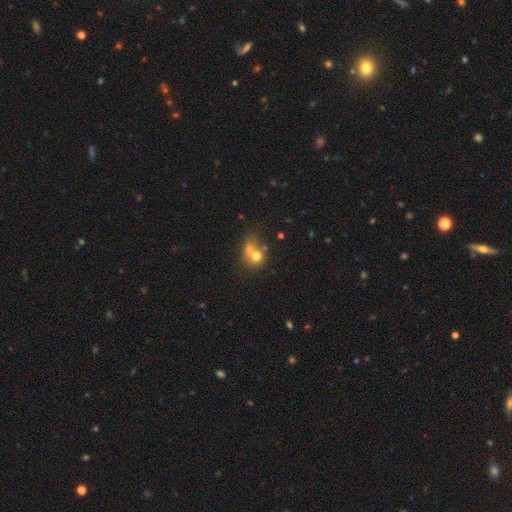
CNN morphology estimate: smooth-or-featured: smooth: 65% | featured or disk: 22% | star or artifact: 13%
  how-rounded: round: 69% | in between: 30% | cigar-shaped: 1%
  merging: merger: 58% | none: 26% | minor disturbance: 8% | major disturbance: 7%